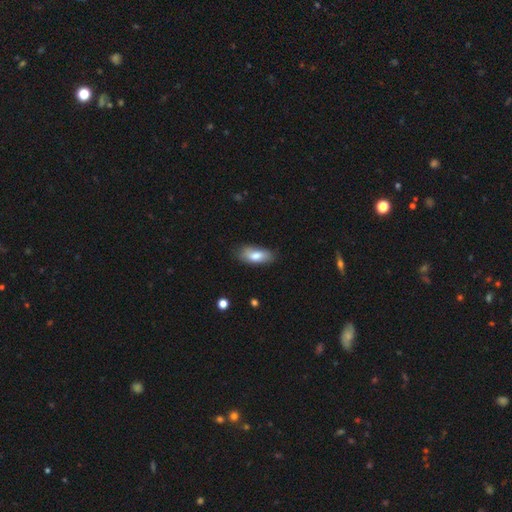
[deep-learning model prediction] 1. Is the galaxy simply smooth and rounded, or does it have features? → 78% smooth, 15% featured or disk, 7% star or artifact.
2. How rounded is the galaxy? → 83% in between, 14% cigar-shaped, 3% round.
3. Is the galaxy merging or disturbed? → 68% none, 24% minor disturbance, 6% major disturbance, 2% merger.